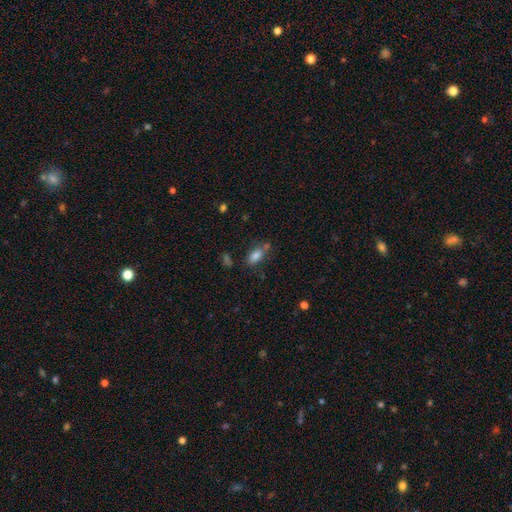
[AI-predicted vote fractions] A smooth galaxy with no disk features (81%) that is in between round and cigar-shaped (86%). Merging: none (61%).